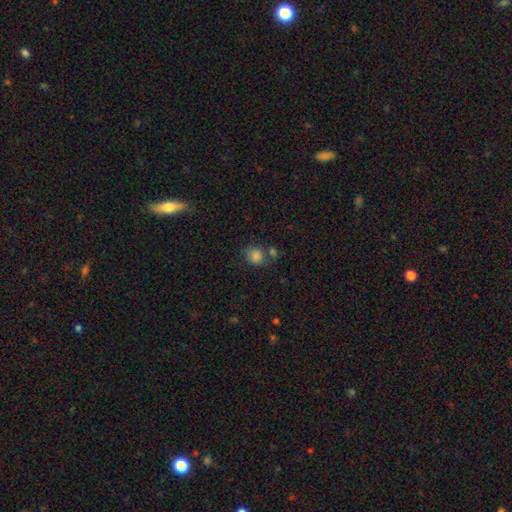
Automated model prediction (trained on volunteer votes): smooth 83%, star or artifact 12%, featured or disk 5%. Down the decision tree: how rounded — round (76%); merging — none (62%).